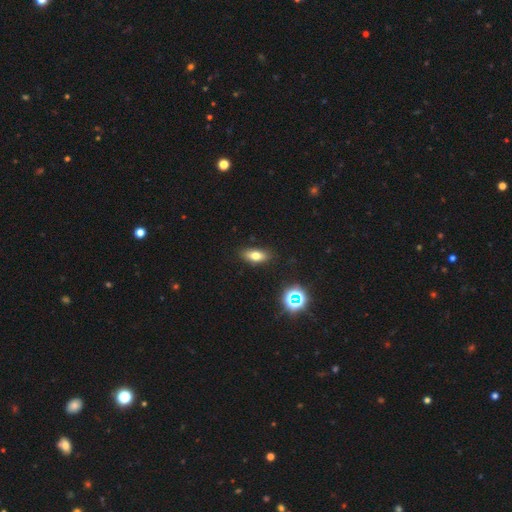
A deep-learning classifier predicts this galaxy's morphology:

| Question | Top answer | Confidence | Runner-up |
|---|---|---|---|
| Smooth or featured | smooth | 72% | featured or disk (15%) |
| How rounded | in between | 78% | cigar-shaped (14%) |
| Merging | none | 87% | minor disturbance (9%) |